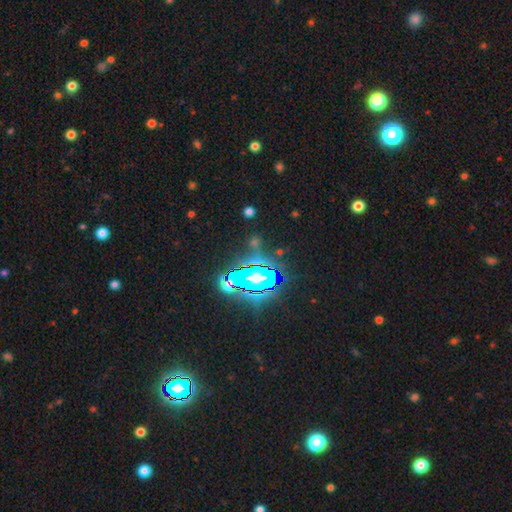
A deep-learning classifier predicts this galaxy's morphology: Smooth or featured? star or artifact (82%)